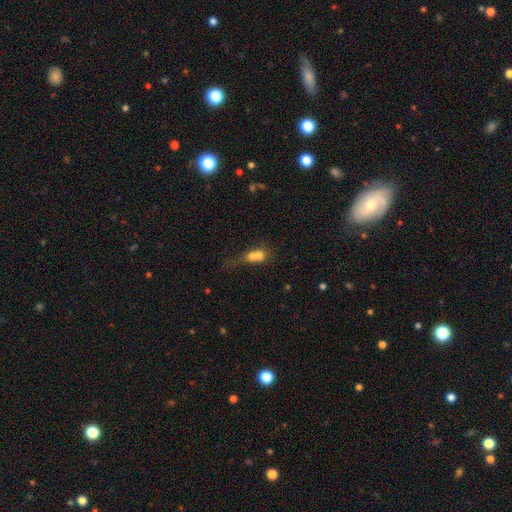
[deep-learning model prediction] Smooth or featured?
  - smooth: 64% *
  - featured or disk: 24%
  - star or artifact: 12%
How rounded?
  - round: 52% *
  - in between: 40%
  - cigar-shaped: 8%
Merging?
  - merger: 70% *
  - none: 16%
  - major disturbance: 8%
  - minor disturbance: 7%